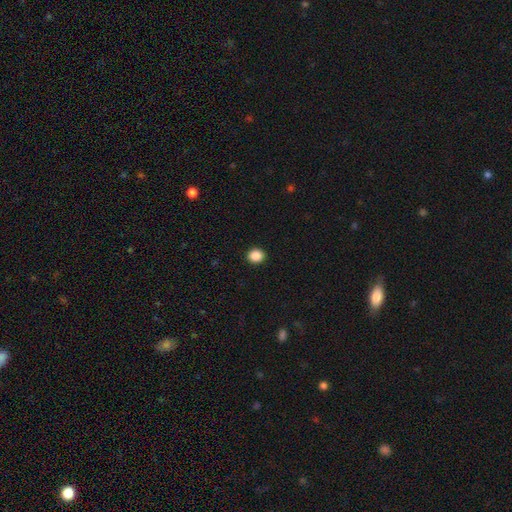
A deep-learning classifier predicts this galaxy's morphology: Overall: smooth (88%). How rounded: round (76%). Merging: none (92%).